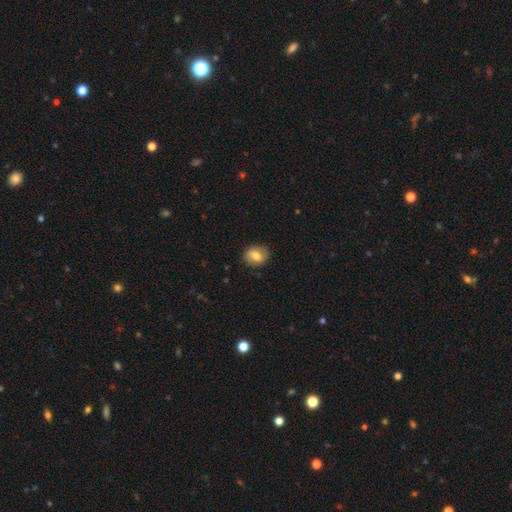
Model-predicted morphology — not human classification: type=smooth (70%); roundness=in between (52%); merging=none (85%).